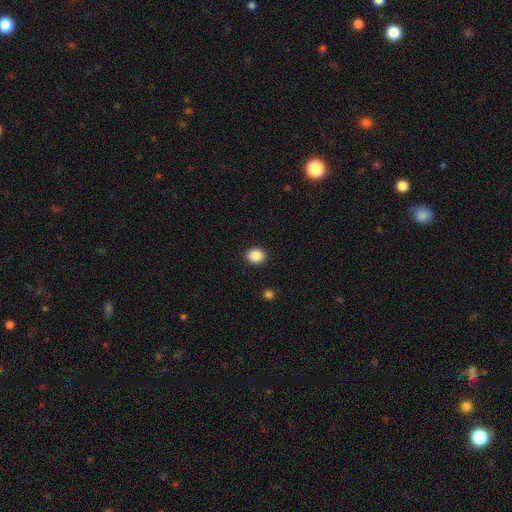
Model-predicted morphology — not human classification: smooth 87%, star or artifact 9%, featured or disk 4%. Down the decision tree: how rounded — round (62%); merging — none (91%).